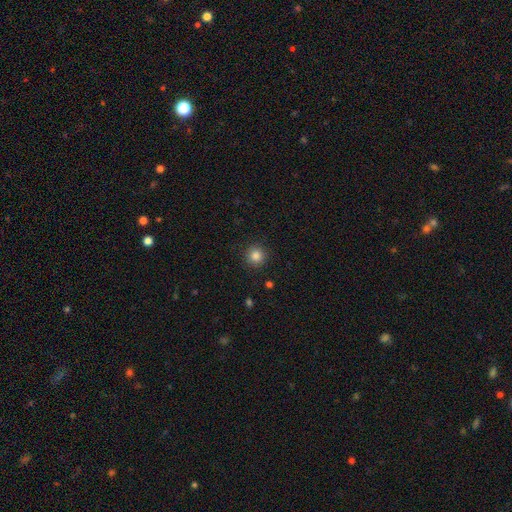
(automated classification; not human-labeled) smooth-or-featured: smooth: 85% | star or artifact: 11% | featured or disk: 4%
  how-rounded: round: 95% | in between: 5% | cigar-shaped: 1%
  merging: none: 91% | minor disturbance: 6% | major disturbance: 2% | merger: 1%